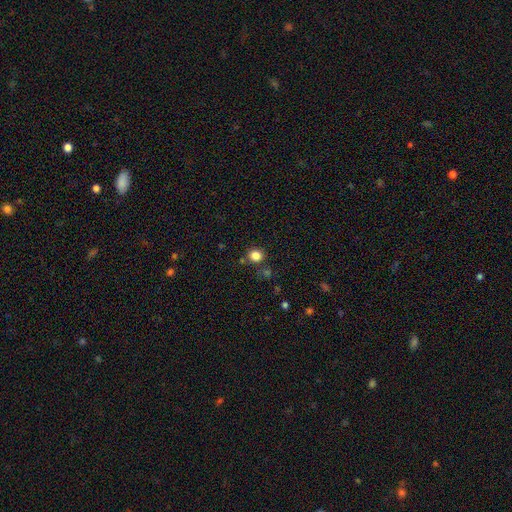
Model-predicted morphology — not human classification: smooth-or-featured: smooth: 83% | star or artifact: 13% | featured or disk: 4%
  how-rounded: round: 84% | in between: 15% | cigar-shaped: 1%
  merging: none: 81% | minor disturbance: 9% | merger: 6% | major disturbance: 3%